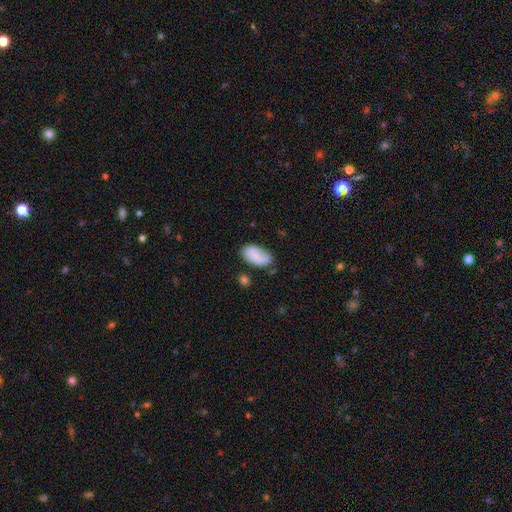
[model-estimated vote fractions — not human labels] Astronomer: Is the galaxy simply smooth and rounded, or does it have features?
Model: smooth — 79%.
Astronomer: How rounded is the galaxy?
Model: in between — 94%.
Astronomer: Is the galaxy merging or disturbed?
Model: none — 59%.